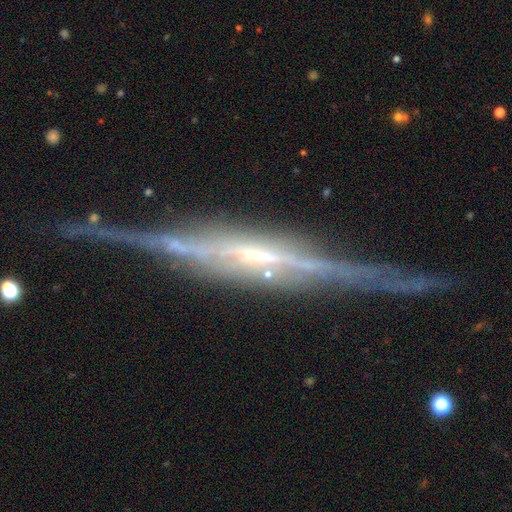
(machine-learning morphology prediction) smooth_or_featured: featured or disk (p=0.86) [alt: smooth p=0.07]
disk_edge_on: yes (p=0.96) [alt: no p=0.04]
edge_on_bulge: none (p=0.38) [alt: rounded p=0.35]
merging: none (p=0.76) [alt: minor disturbance p=0.17]